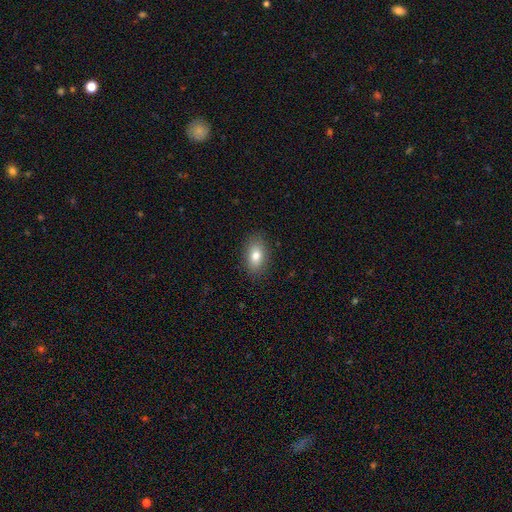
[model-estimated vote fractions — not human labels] Q: Smooth or featured?
A: smooth (80%); runner-up: featured or disk (12%)
Q: How rounded?
A: in between (88%); runner-up: round (10%)
Q: Merging?
A: none (87%); runner-up: minor disturbance (10%)